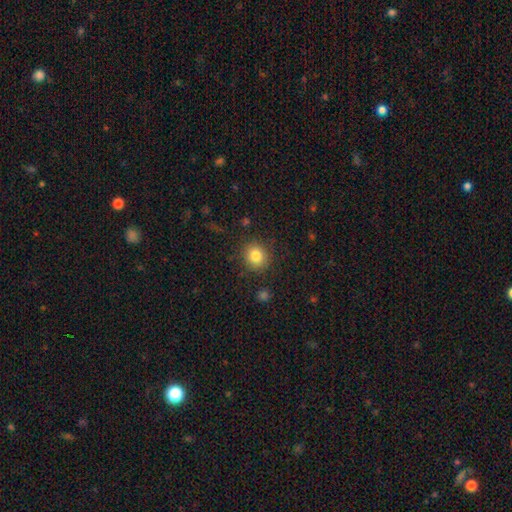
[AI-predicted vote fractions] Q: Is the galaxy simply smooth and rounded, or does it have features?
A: smooth — 82%.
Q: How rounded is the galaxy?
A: round — 83%.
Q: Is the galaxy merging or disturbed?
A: none — 87%.